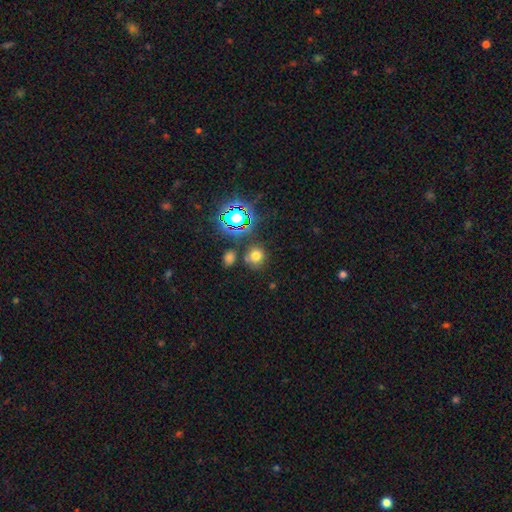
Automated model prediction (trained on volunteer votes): Smooth or featured? smooth (67%)
How rounded? round (85%)
Merging? none (75%)